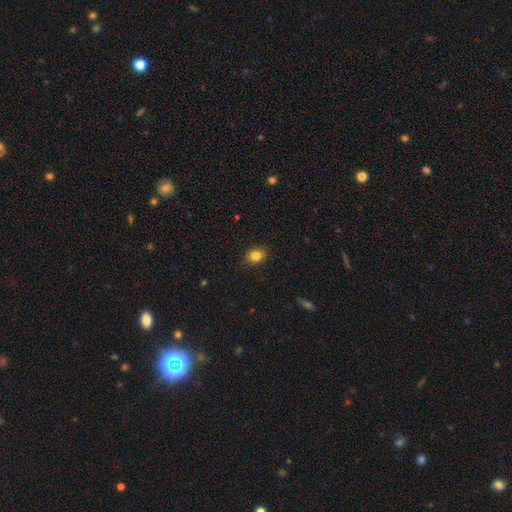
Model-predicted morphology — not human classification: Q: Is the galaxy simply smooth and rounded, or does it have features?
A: smooth — 83%.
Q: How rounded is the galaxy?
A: in between — 56%.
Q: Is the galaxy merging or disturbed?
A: none — 88%.